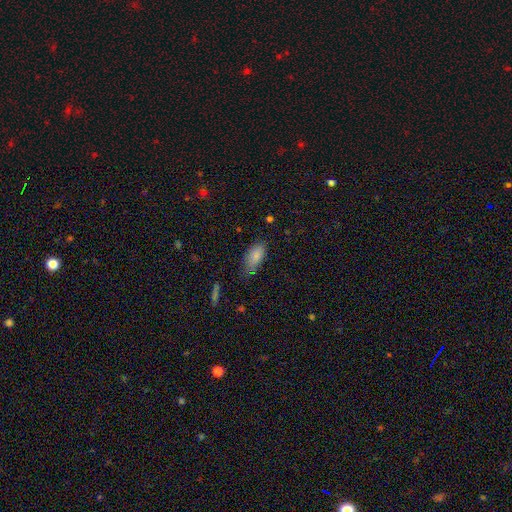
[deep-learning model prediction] smooth_or_featured: smooth (p=0.84) [alt: star or artifact p=0.08]
how_rounded: in between (p=0.89) [alt: cigar-shaped p=0.07]
merging: none (p=0.67) [alt: minor disturbance p=0.24]